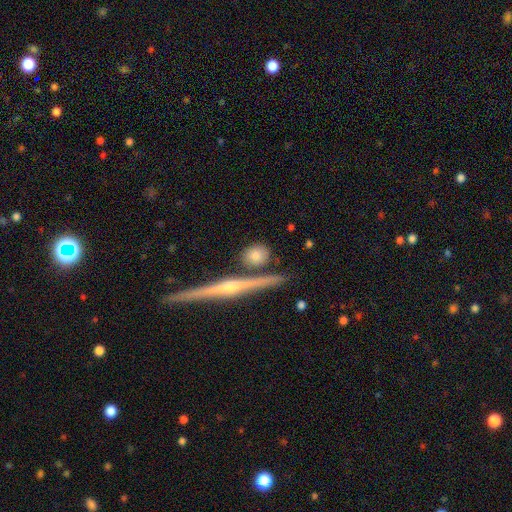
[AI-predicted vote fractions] This appears to be a smooth galaxy with no disk features (71%) that is round (65%). Merging: none (77%).